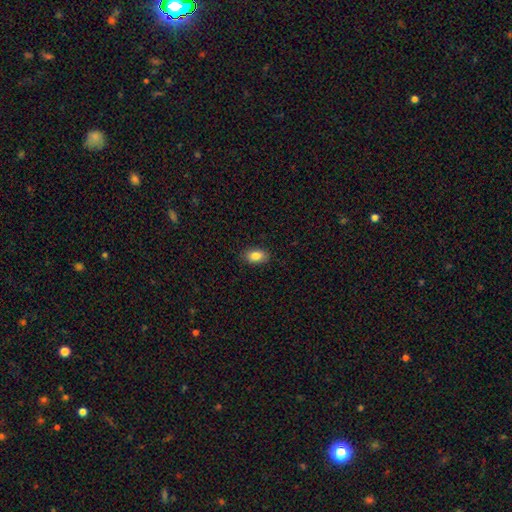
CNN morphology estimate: A smooth galaxy with no disk features (86%) that is in between round and cigar-shaped (89%). Merging: none (88%).